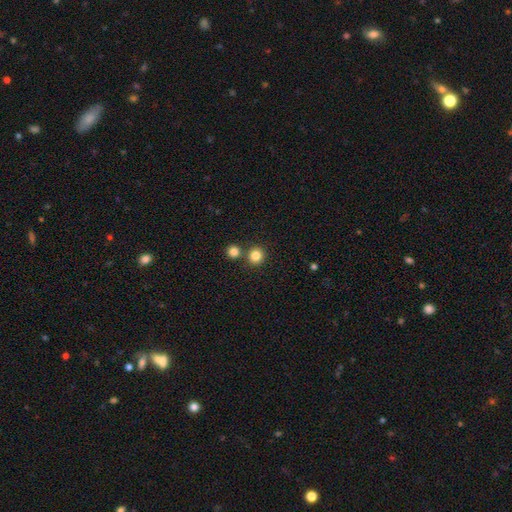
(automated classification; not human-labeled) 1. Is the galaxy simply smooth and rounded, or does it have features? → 83% smooth, 12% star or artifact, 5% featured or disk.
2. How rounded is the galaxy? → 91% round, 8% in between, 1% cigar-shaped.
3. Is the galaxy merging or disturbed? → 76% none, 15% merger, 6% minor disturbance, 2% major disturbance.